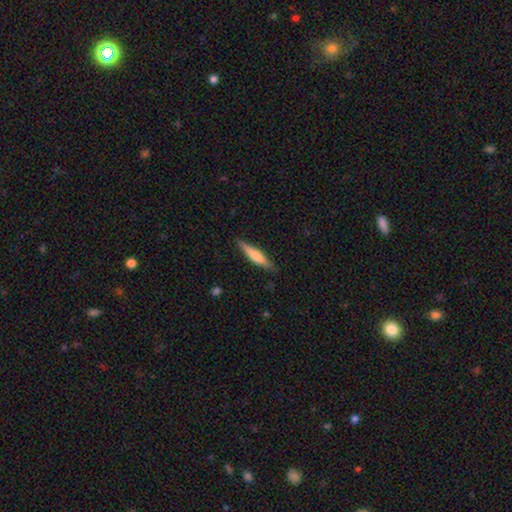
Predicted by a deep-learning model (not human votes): Smooth or featured? Predicted: smooth (p=0.57). How rounded? Predicted: cigar-shaped (p=0.86). Merging? Predicted: none (p=0.86).